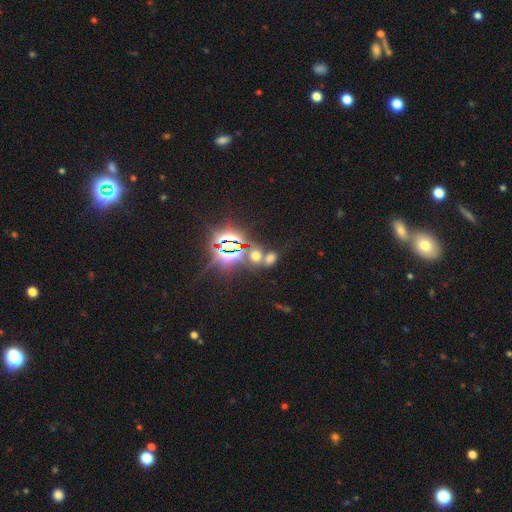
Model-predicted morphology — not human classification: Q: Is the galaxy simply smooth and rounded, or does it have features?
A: star or artifact — 50%.